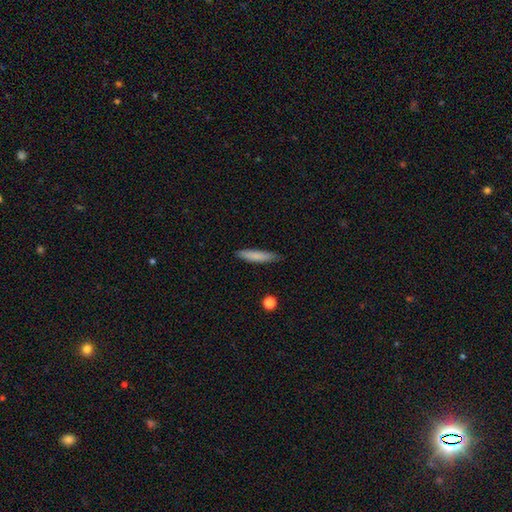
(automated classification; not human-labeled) Q: Smooth or featured?
A: smooth (80%); runner-up: featured or disk (13%)
Q: How rounded?
A: cigar-shaped (85%); runner-up: in between (13%)
Q: Merging?
A: none (81%); runner-up: minor disturbance (15%)